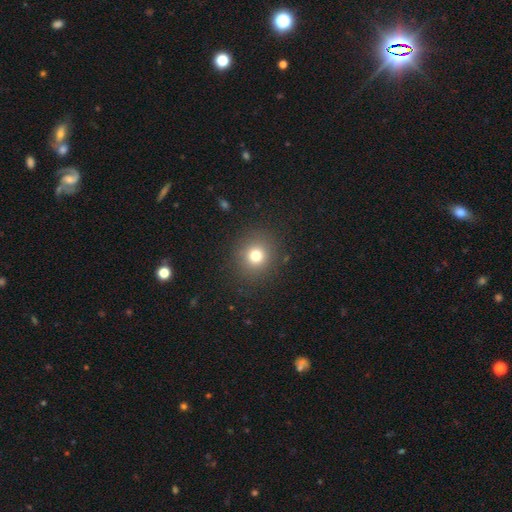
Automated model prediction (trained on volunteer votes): Smooth or featured?
  - smooth: 76% *
  - star or artifact: 15%
  - featured or disk: 9%
How rounded?
  - round: 88% *
  - in between: 11%
  - cigar-shaped: 1%
Merging?
  - none: 88% *
  - minor disturbance: 7%
  - major disturbance: 4%
  - merger: 1%